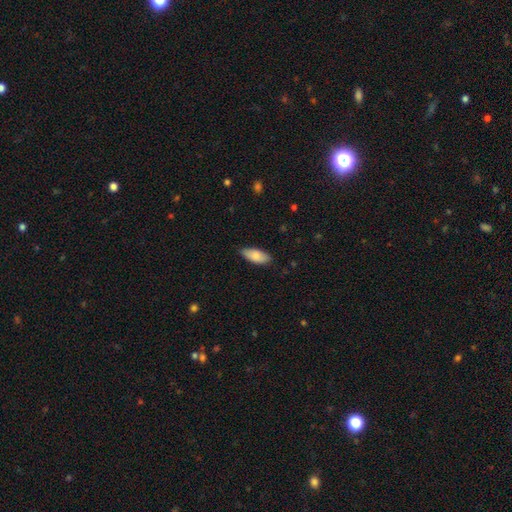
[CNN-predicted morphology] Smooth or featured?
  - smooth: 83% *
  - featured or disk: 11%
  - star or artifact: 6%
How rounded?
  - in between: 87% *
  - cigar-shaped: 11%
  - round: 2%
Merging?
  - none: 82% *
  - minor disturbance: 14%
  - major disturbance: 2%
  - merger: 1%